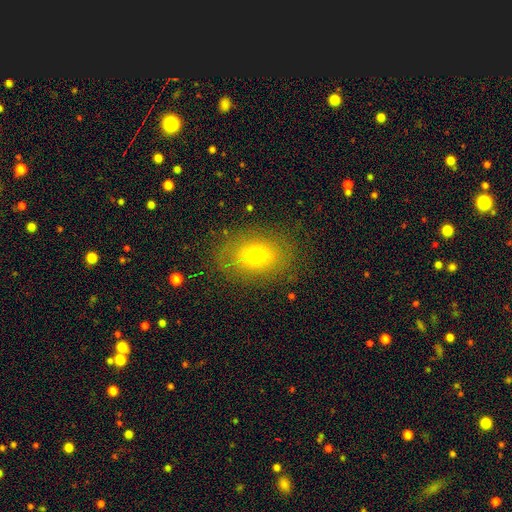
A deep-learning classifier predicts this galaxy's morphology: Smooth or featured: smooth — 69% (featured or disk — 18%)
How rounded: in between — 71% (round — 27%)
Merging: none — 80% (minor disturbance — 13%)